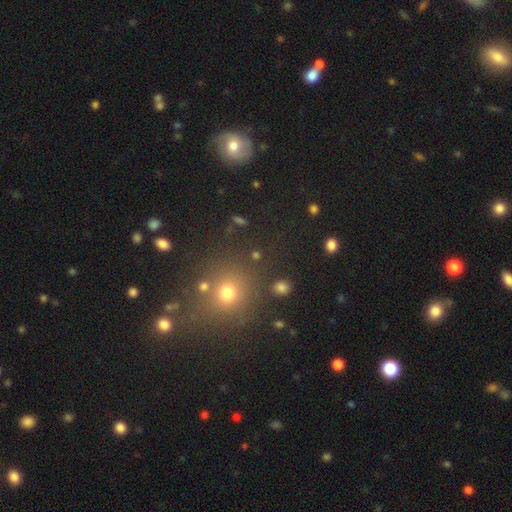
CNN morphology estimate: smooth_or_featured: smooth (p=0.61) [alt: star or artifact p=0.30]
how_rounded: round (p=0.85) [alt: in between p=0.13]
merging: none (p=0.80) [alt: minor disturbance p=0.09]